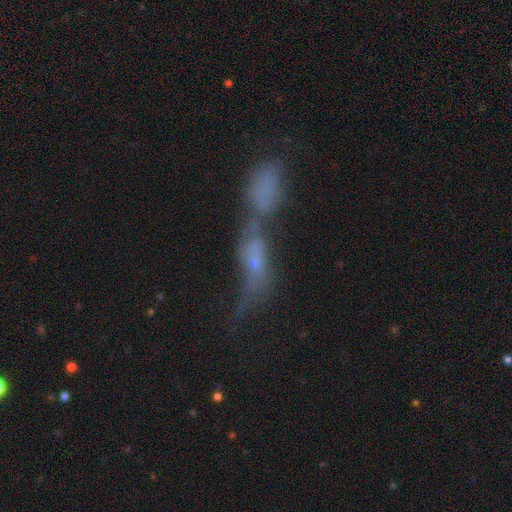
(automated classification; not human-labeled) Overall: featured or disk (44%; smooth 40%). Merging: merger (68%).